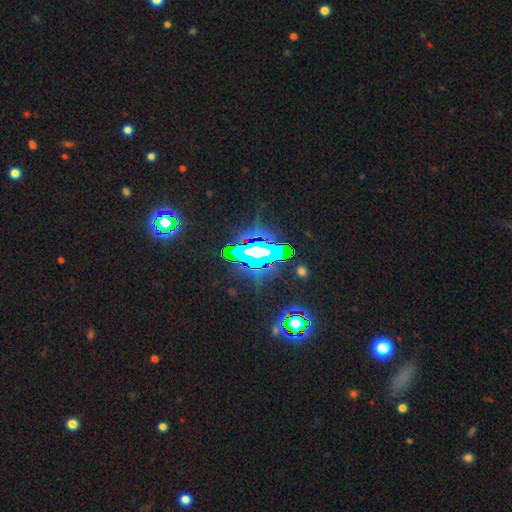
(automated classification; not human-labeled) This is likely a star or artifact rather than a galaxy (66%).